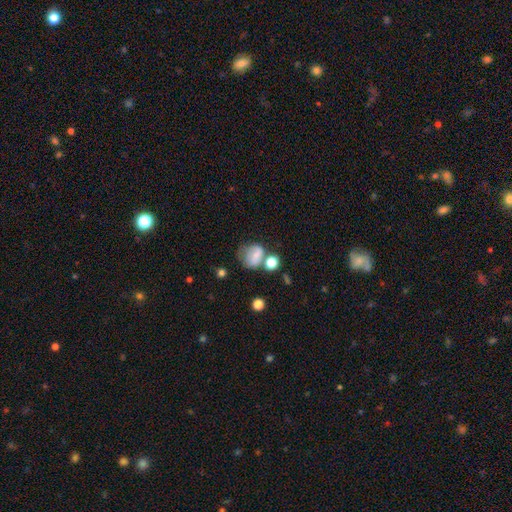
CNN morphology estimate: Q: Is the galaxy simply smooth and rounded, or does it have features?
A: smooth — 64%.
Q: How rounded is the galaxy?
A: round — 61%.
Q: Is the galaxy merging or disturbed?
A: none — 34%.